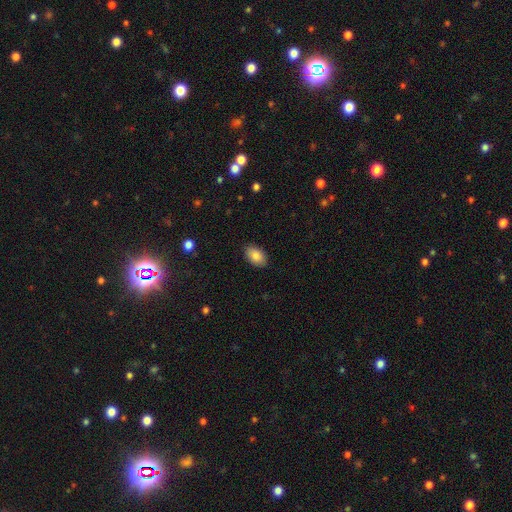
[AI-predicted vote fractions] smooth-or-featured: smooth: 87% | star or artifact: 7% | featured or disk: 6%
  how-rounded: in between: 92% | round: 7% | cigar-shaped: 1%
  merging: none: 88% | minor disturbance: 9% | major disturbance: 2% | merger: 1%